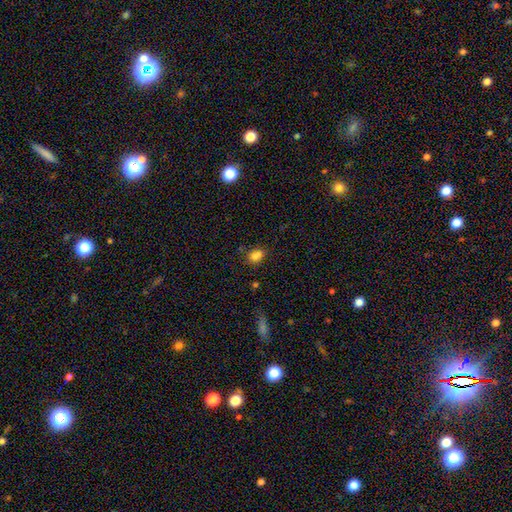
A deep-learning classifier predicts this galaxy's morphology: smooth-or-featured: smooth: 79% | star or artifact: 15% | featured or disk: 6%
  how-rounded: in between: 70% | round: 28% | cigar-shaped: 2%
  merging: none: 70% | minor disturbance: 17% | merger: 8% | major disturbance: 5%